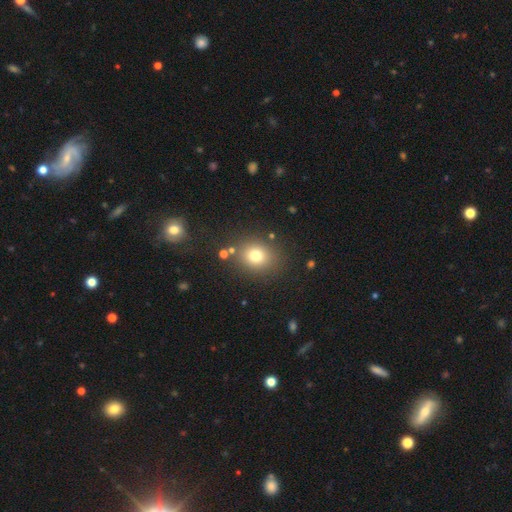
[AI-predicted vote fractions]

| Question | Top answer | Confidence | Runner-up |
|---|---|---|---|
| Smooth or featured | smooth | 75% | star or artifact (15%) |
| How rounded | round | 69% | in between (30%) |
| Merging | none | 82% | minor disturbance (9%) |